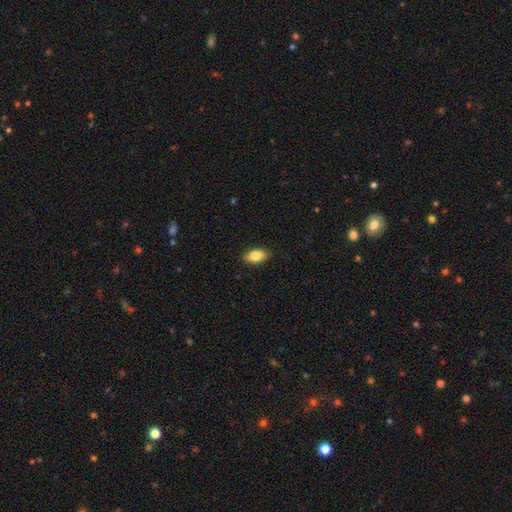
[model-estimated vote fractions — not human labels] smooth-or-featured: smooth: 85% | featured or disk: 8% | star or artifact: 7%
  how-rounded: in between: 92% | cigar-shaped: 4% | round: 4%
  merging: none: 89% | minor disturbance: 8% | major disturbance: 2% | merger: 1%